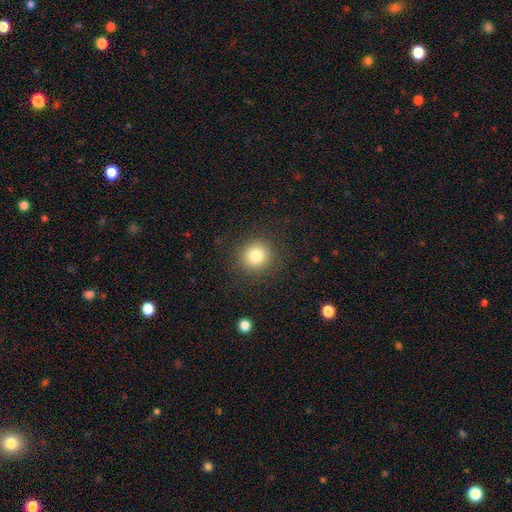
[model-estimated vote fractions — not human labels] This appears to be a smooth galaxy with no disk features (81%) that is round (91%). Merging: none (89%).